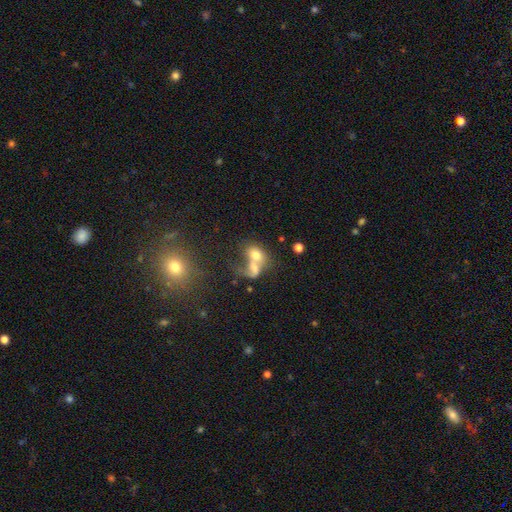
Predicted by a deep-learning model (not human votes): This is likely a smooth galaxy (63%). How rounded: likely in between (67%). Merging: likely merger (74%).